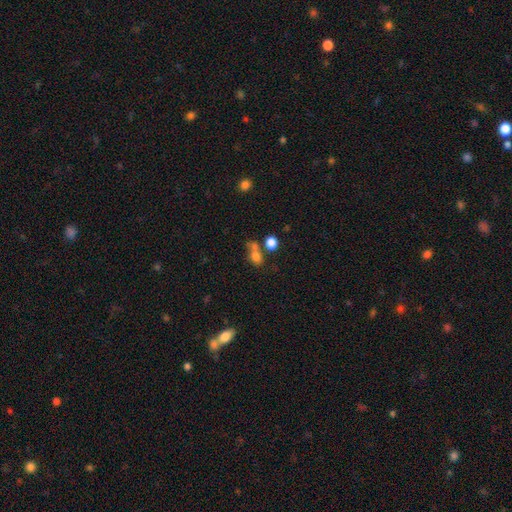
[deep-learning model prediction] smooth 75%, star or artifact 14%, featured or disk 11%. Down the decision tree: how rounded — in between (51%); merging — none (41%).